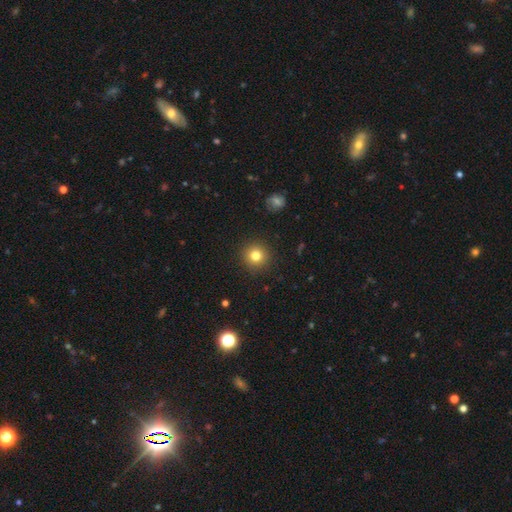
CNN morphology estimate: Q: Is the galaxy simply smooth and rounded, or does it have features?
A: smooth — 80%.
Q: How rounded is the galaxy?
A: round — 94%.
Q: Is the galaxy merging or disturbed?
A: none — 91%.